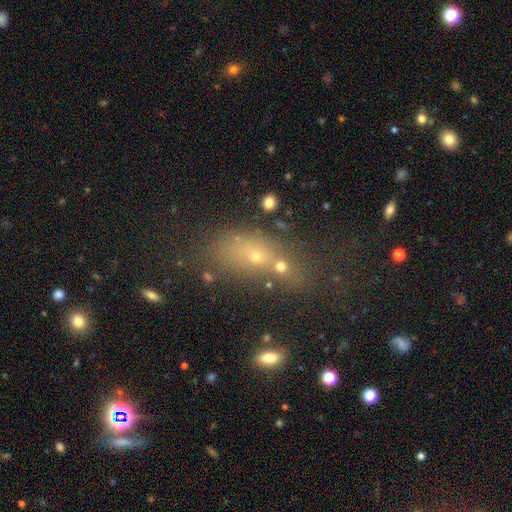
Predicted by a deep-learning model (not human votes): Smooth or featured? smooth (50%)
How rounded? in between (64%)
Merging? none (45%)